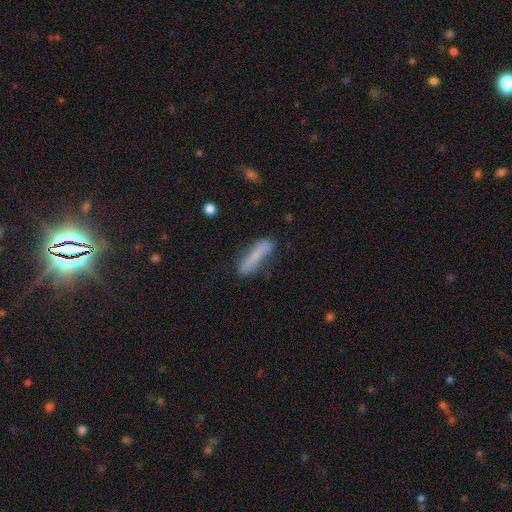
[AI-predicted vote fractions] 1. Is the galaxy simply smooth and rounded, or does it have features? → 71% smooth, 21% featured or disk, 8% star or artifact.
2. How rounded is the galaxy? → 86% cigar-shaped, 12% in between, 2% round.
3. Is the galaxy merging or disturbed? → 73% none, 18% minor disturbance, 6% major disturbance, 3% merger.